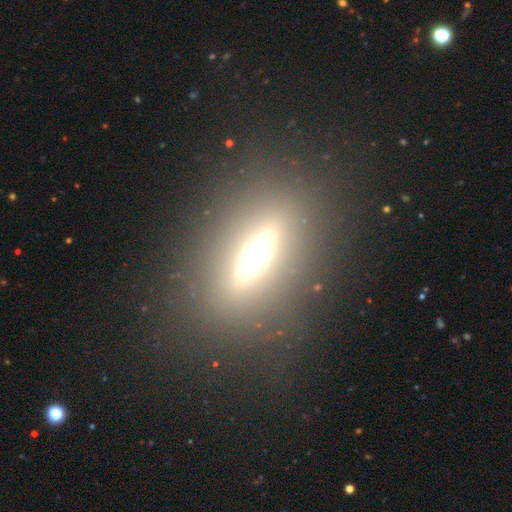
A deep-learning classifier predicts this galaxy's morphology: type=featured or disk (60%); edge-on=yes (85%); edge-on bulge=rounded (81%); merging=none (86%).